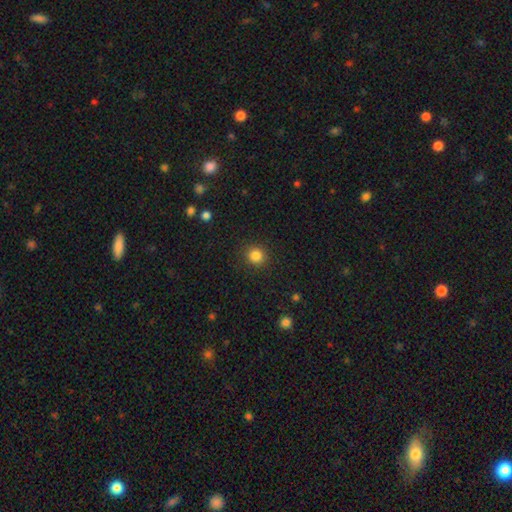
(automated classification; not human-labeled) Smooth or featured: smooth — 84% (star or artifact — 12%)
How rounded: round — 91% (in between — 8%)
Merging: none — 91% (minor disturbance — 6%)